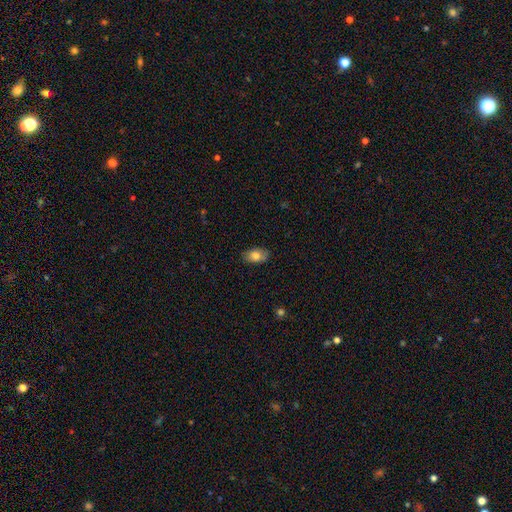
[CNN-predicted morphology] Smooth or featured? Predicted: smooth (p=0.81). How rounded? Predicted: in between (p=0.91). Merging? Predicted: none (p=0.85).